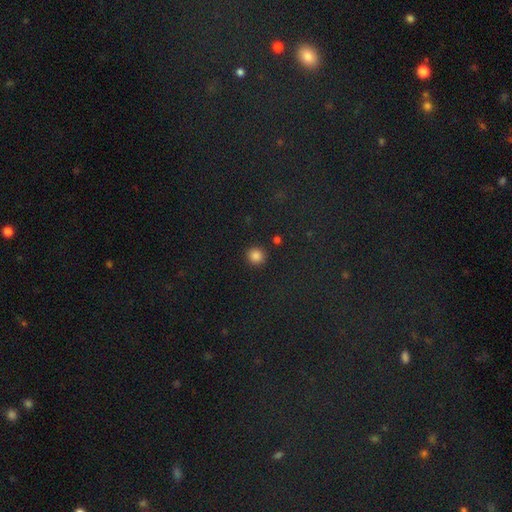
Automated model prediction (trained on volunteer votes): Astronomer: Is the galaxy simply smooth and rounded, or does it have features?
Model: smooth — 85%.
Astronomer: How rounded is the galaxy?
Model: round — 92%.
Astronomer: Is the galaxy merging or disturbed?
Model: none — 90%.